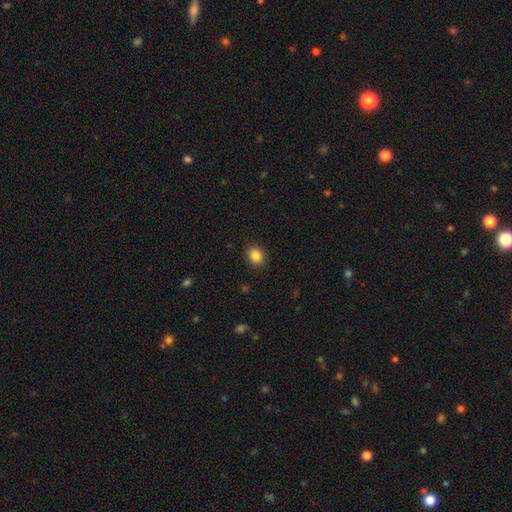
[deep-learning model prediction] A smooth galaxy with no disk features (85%) that is round (63%). Merging: none (90%).